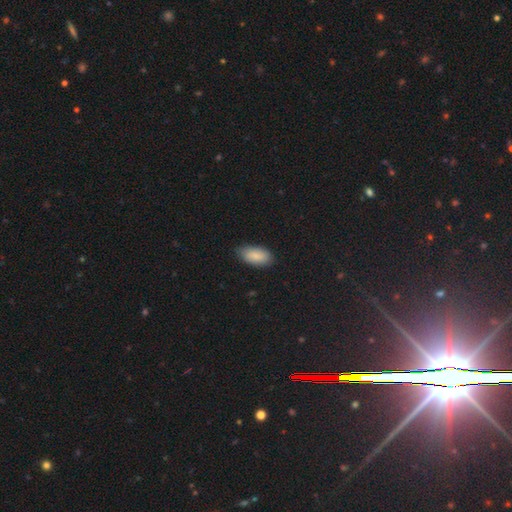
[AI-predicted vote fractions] Smooth or featured? smooth (88%)
How rounded? in between (93%)
Merging? none (81%)